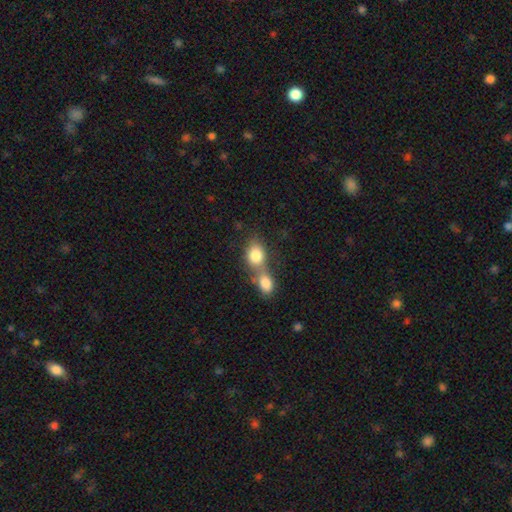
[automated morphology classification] The model was most divided on "how rounded": in between: 61%, round: 37%, cigar-shaped: 2%. More confident: smooth or featured — smooth (81%); merging — merger (66%).